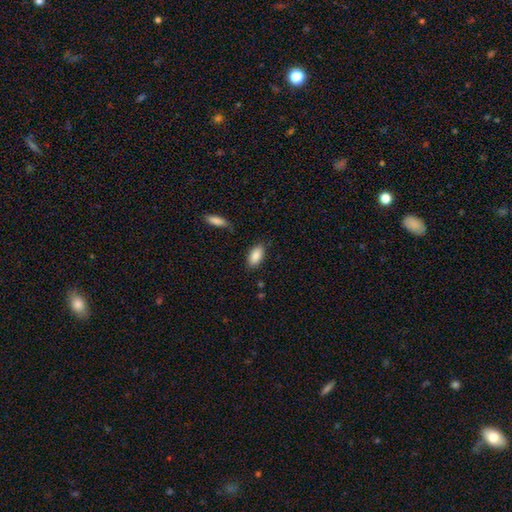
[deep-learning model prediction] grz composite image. It shows a smooth galaxy with no disk features (88%) that is in between round and cigar-shaped (91%). Merging: none (82%).